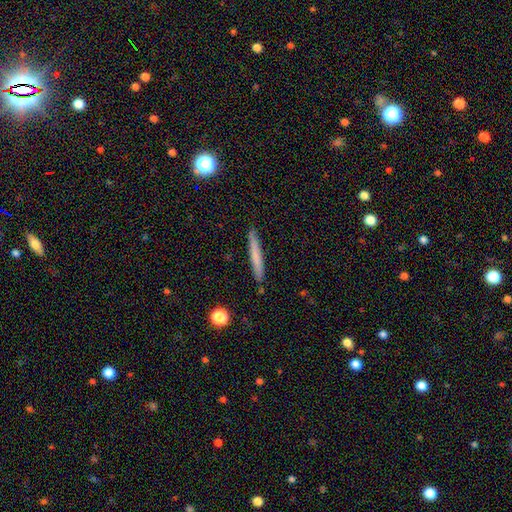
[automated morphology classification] Smooth or featured? smooth (67%)
How rounded? cigar-shaped (96%)
Merging? none (89%)